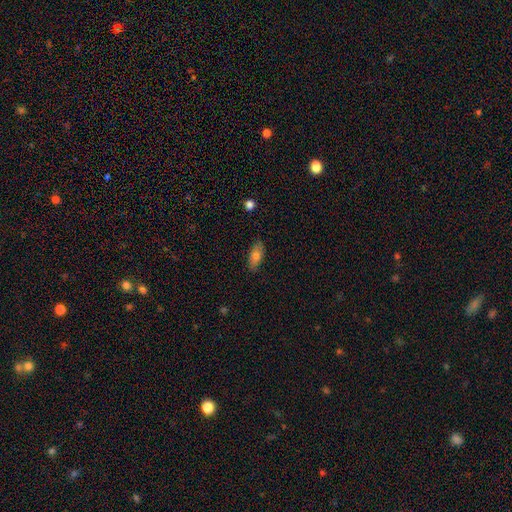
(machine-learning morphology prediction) The model was most divided on "smooth or featured": smooth: 77%, featured or disk: 16%, star or artifact: 7%. More confident: merging — none (82%); how rounded — in between (81%).